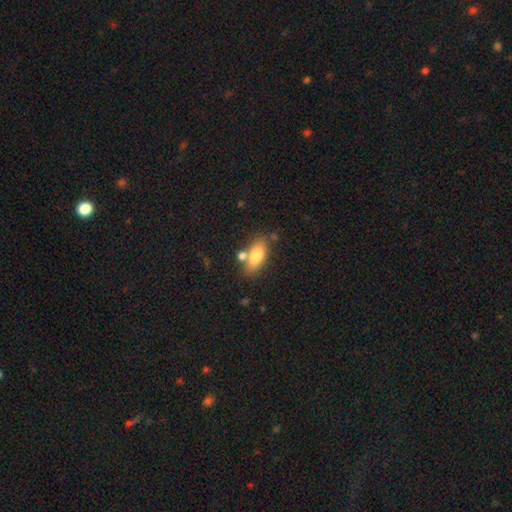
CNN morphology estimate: smooth 76%, featured or disk 16%, star or artifact 8%. Down the decision tree: how rounded — in between (83%); merging — none (67%).